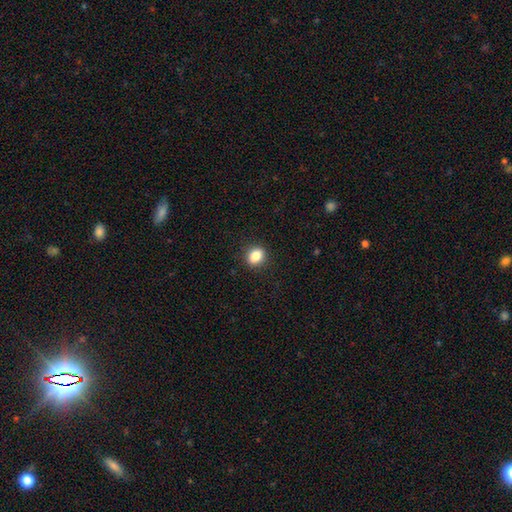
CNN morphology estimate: The model was most divided on "how rounded": round: 52%, in between: 46%, cigar-shaped: 1%. More confident: merging — none (89%); smooth or featured — smooth (84%).